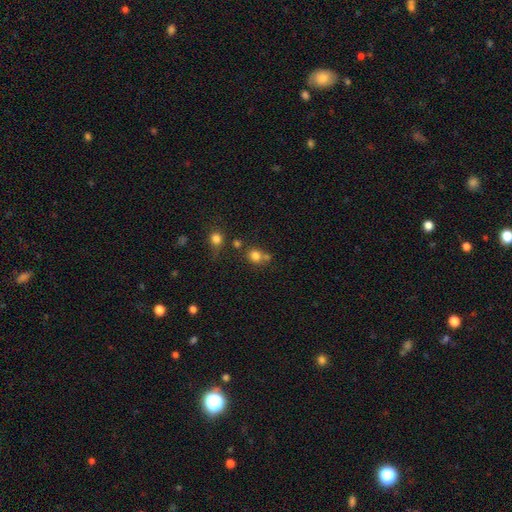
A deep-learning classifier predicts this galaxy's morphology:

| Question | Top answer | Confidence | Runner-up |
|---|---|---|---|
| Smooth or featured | smooth | 79% | star or artifact (13%) |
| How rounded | round | 82% | in between (17%) |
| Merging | none | 58% | merger (27%) |